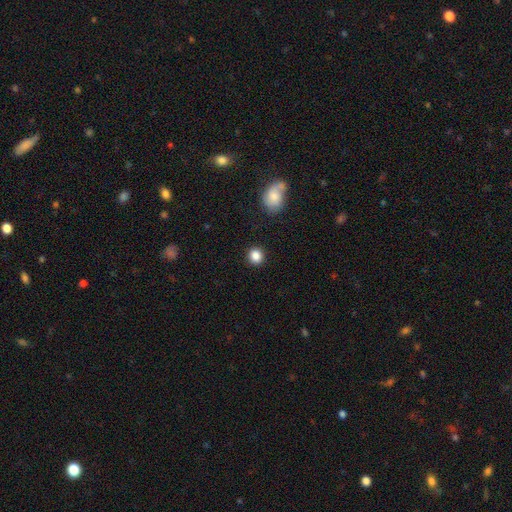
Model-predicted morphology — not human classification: smooth_or_featured: smooth (p=0.86) [alt: star or artifact p=0.10]
how_rounded: round (p=0.88) [alt: in between p=0.11]
merging: none (p=0.90) [alt: minor disturbance p=0.06]